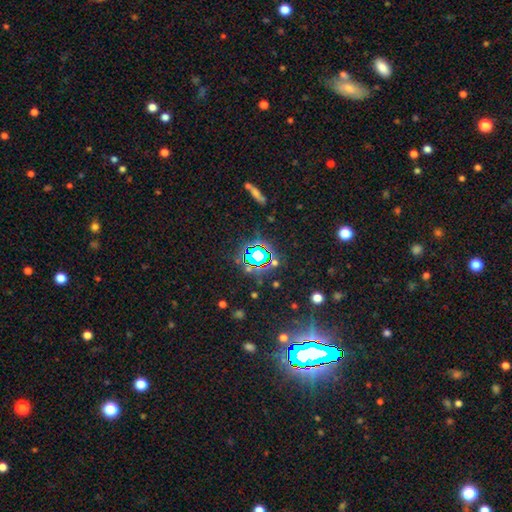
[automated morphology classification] A star or artifact, not a galaxy (70%).

Vote fractions:
- Smooth or featured? star or artifact: 70% / smooth: 19% / featured or disk: 11%